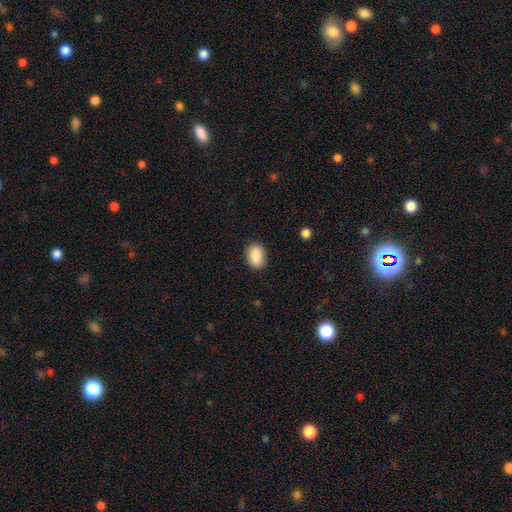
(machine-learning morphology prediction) Q: Smooth or featured?
A: smooth (88%); runner-up: star or artifact (7%)
Q: How rounded?
A: in between (83%); runner-up: round (15%)
Q: Merging?
A: none (86%); runner-up: minor disturbance (11%)